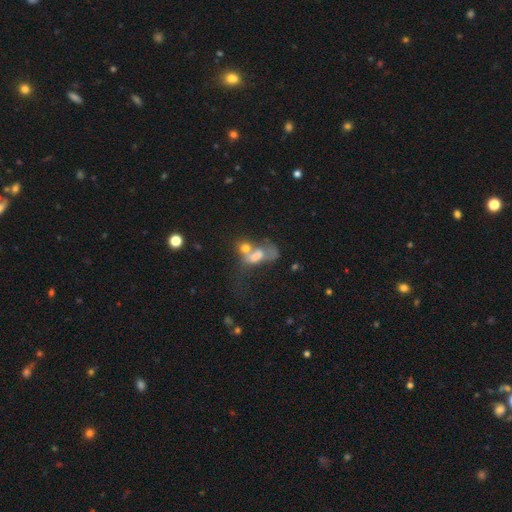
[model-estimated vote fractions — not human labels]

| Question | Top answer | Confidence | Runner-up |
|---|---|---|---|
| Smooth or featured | smooth | 46% | featured or disk (36%) |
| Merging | merger | 57% | major disturbance (20%) |